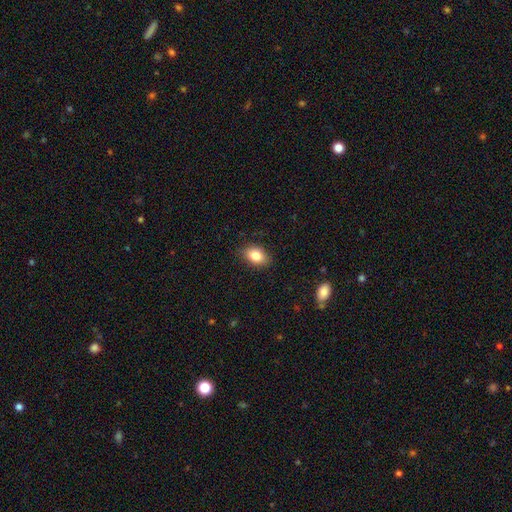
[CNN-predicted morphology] type=smooth (83%); roundness=in between (82%); merging=none (86%).